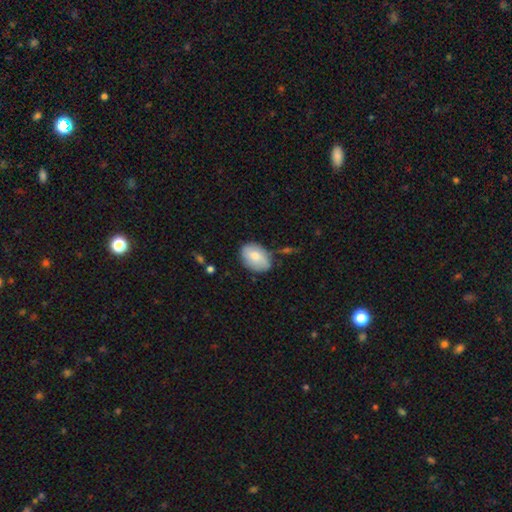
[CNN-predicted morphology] Smooth or featured?
  - smooth: 75% *
  - featured or disk: 19%
  - star or artifact: 6%
How rounded?
  - in between: 83% *
  - round: 16%
  - cigar-shaped: 1%
Merging?
  - none: 69% *
  - minor disturbance: 22%
  - major disturbance: 5%
  - merger: 4%